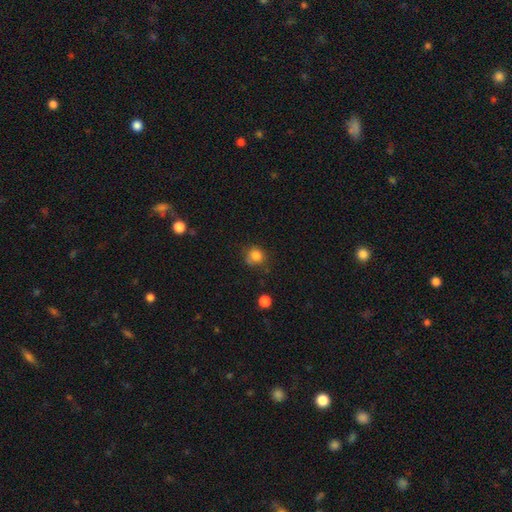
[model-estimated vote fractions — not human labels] Smooth or featured: smooth — 82% (star or artifact — 11%)
How rounded: round — 84% (in between — 15%)
Merging: none — 66% (minor disturbance — 23%)